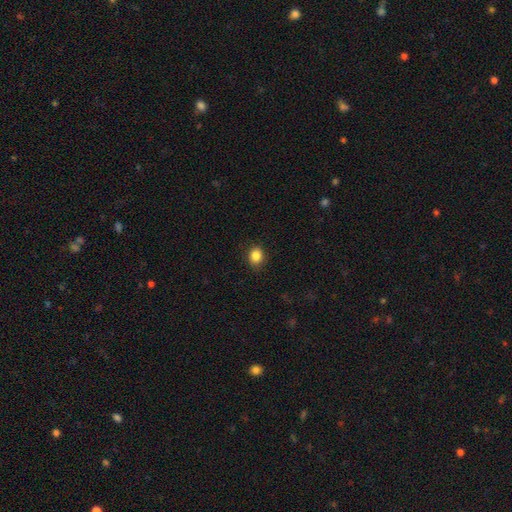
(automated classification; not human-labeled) Overall: smooth (85%). How rounded: round (60%; in between 39%). Merging: none (89%).